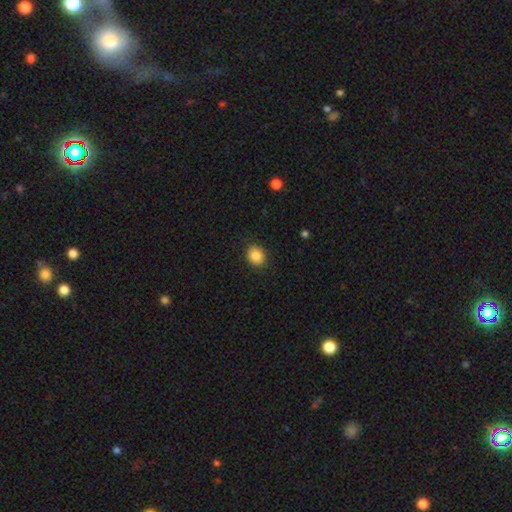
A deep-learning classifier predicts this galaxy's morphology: This is clearly a smooth galaxy (87%). How rounded: possibly round (54%). Merging: clearly none (88%).